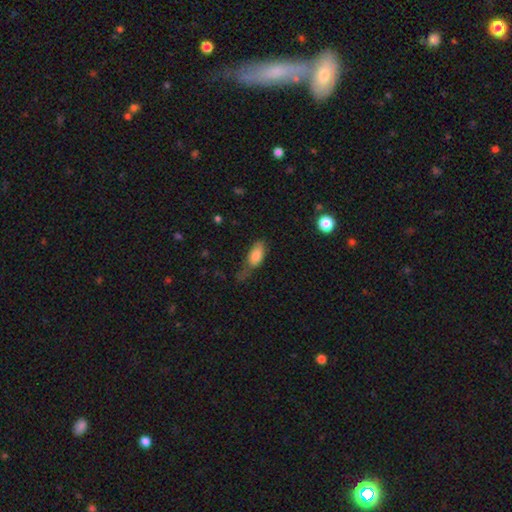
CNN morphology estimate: Smooth or featured?
  - smooth: 80% *
  - featured or disk: 13%
  - star or artifact: 7%
How rounded?
  - in between: 87% *
  - cigar-shaped: 9%
  - round: 4%
Merging?
  - minor disturbance: 34% * (tied)
  - none: 34% * (tied)
  - major disturbance: 27%
  - merger: 5%